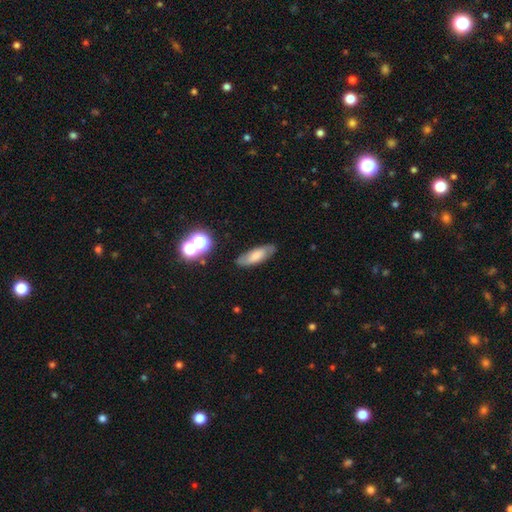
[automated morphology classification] The model was most divided on "how rounded": in between: 63%, cigar-shaped: 34%, round: 3%. More confident: merging — none (80%); smooth or featured — smooth (62%).